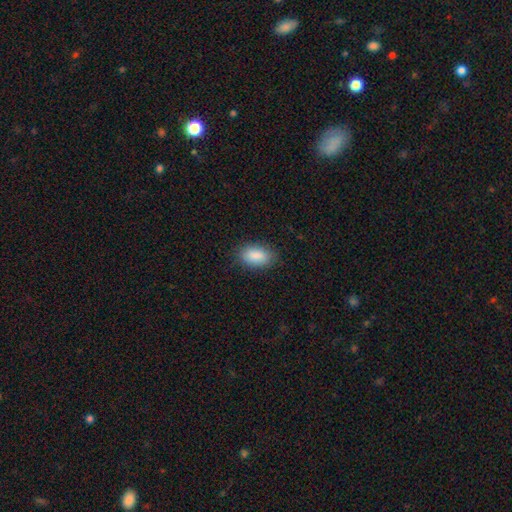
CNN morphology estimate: Smooth or featured?
  - smooth: 89% *
  - star or artifact: 7%
  - featured or disk: 5%
How rounded?
  - in between: 92% *
  - round: 5%
  - cigar-shaped: 3%
Merging?
  - none: 85% *
  - minor disturbance: 11%
  - major disturbance: 3%
  - merger: 1%